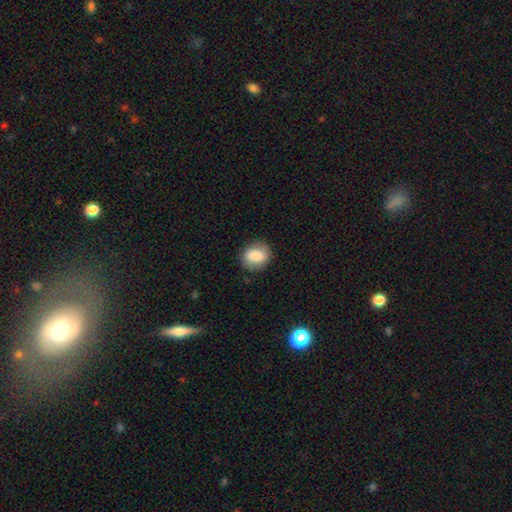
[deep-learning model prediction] The model was most divided on "how rounded": round: 50%, in between: 49%, cigar-shaped: 1%. More confident: smooth or featured — smooth (84%); merging — none (81%).